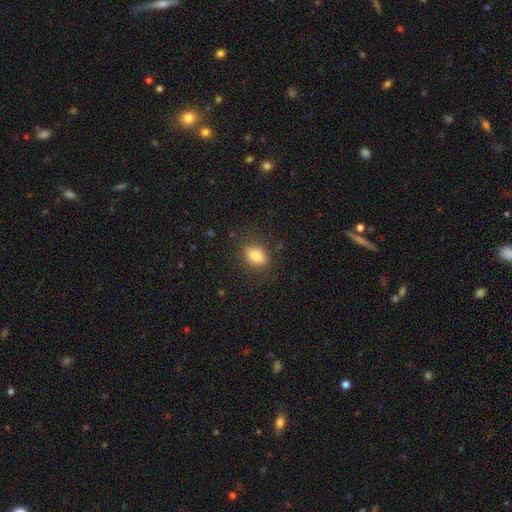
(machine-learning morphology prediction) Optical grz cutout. It shows a smooth galaxy with no disk features (85%) that is in between round and cigar-shaped (83%). Merging: none (80%).